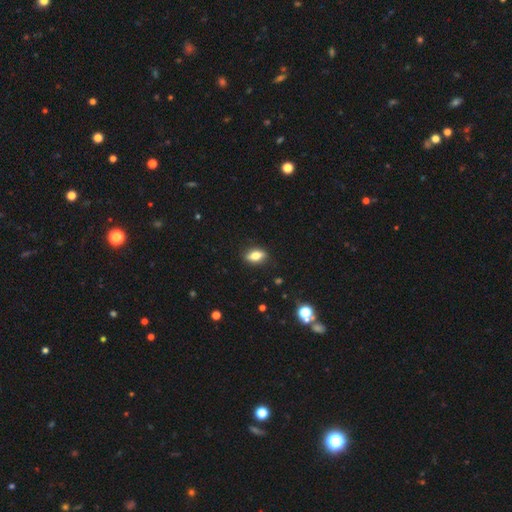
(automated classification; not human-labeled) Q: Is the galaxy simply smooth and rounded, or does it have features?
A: smooth — 68%.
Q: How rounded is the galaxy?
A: in between — 78%.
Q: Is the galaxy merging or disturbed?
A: none — 86%.